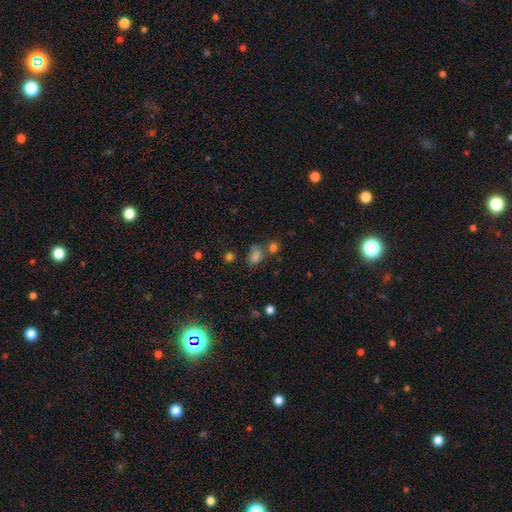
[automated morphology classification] Overall: smooth (61%; star or artifact 28%). How rounded: in between (69%; round 29%). Merging: none (49%; merger 22%).